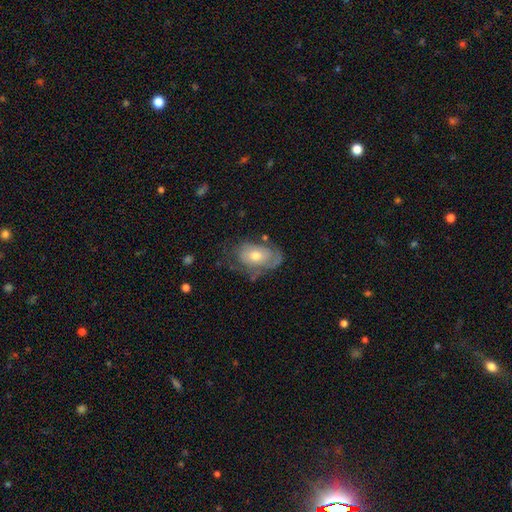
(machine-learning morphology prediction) This is possibly a featured or disk galaxy (53%). It is clearly not viewed edge-on (93%). Merging: possibly none (50%).